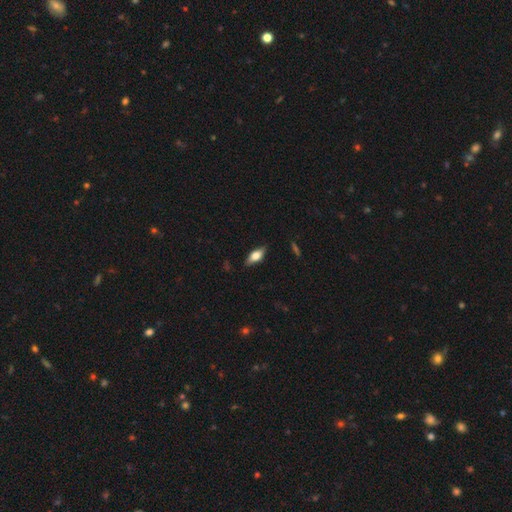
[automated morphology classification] Overall: smooth (64%; featured or disk 30%). How rounded: in between (78%). Merging: none (83%).